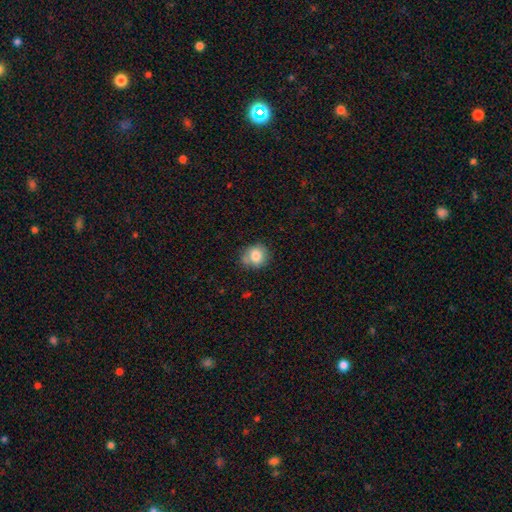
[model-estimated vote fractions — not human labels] A smooth galaxy with no disk features (81%) that is round (81%). Merging: none (65%).